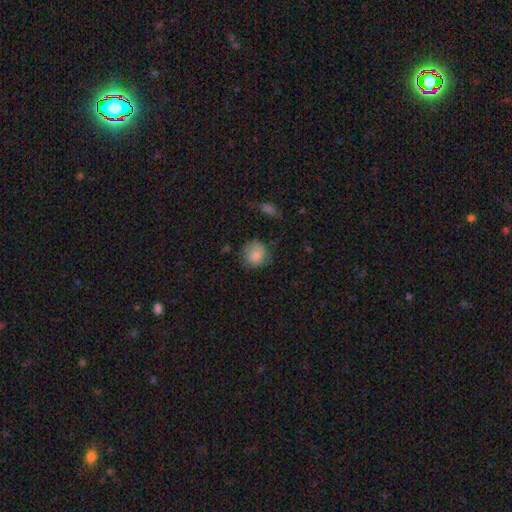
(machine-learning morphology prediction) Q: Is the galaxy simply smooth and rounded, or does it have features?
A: smooth — 80%.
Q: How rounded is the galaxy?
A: round — 84%.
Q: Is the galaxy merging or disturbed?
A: none — 65%.